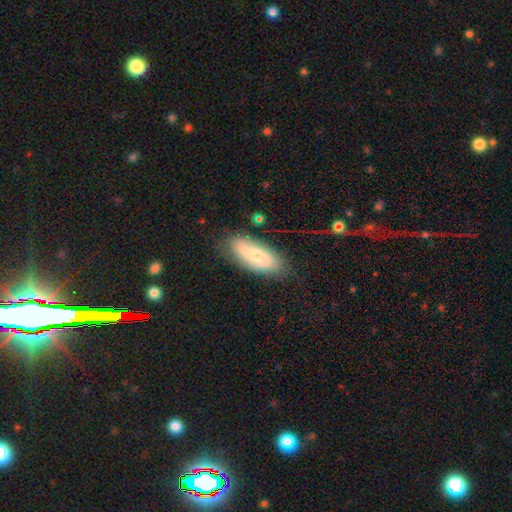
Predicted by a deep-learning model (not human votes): smooth_or_featured: smooth (p=0.59) [alt: featured or disk p=0.33]
how_rounded: in between (p=0.76) [alt: cigar-shaped p=0.21]
merging: none (p=0.76) [alt: minor disturbance p=0.17]